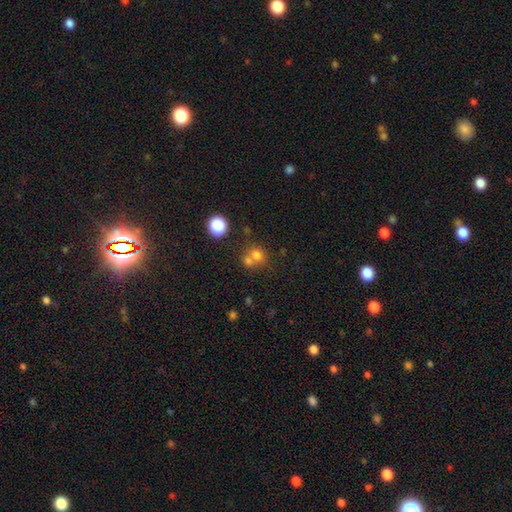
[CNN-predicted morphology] A smooth galaxy with no disk features (68%) that is round (81%).

Vote fractions:
- Smooth or featured? smooth: 68% / star or artifact: 19% / featured or disk: 13%
- How rounded? round: 81% / in between: 18% / cigar-shaped: 1%
- Merging? merger: 48% / none: 43% / minor disturbance: 6% / major disturbance: 3%